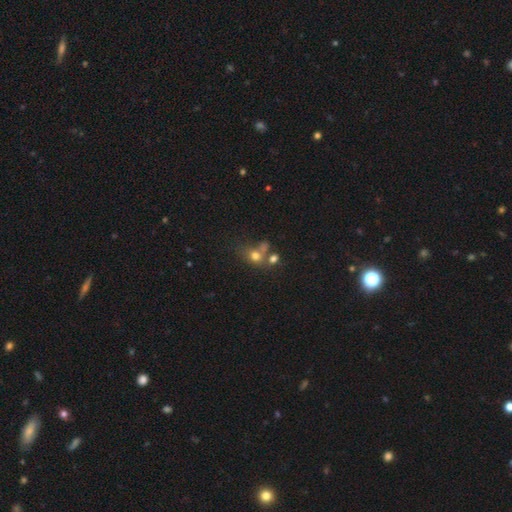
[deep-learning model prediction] Smooth or featured: smooth — 70% (star or artifact — 16%)
How rounded: round — 60% (in between — 38%)
Merging: merger — 41% (none — 35%)